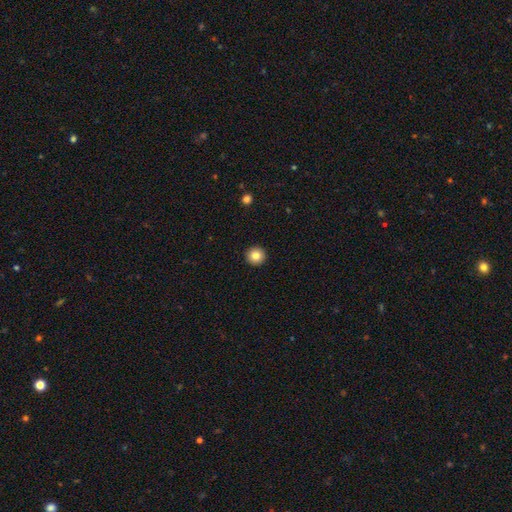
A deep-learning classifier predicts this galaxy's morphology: type=smooth (83%); roundness=round (96%); merging=none (94%).